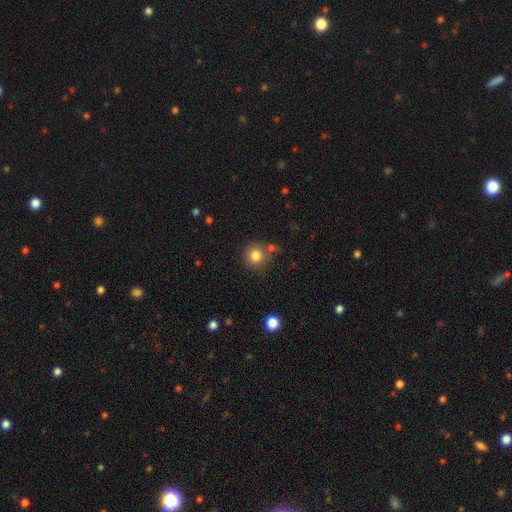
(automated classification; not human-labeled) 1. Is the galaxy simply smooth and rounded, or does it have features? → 82% smooth, 11% star or artifact, 7% featured or disk.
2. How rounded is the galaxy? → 93% round, 6% in between, 1% cigar-shaped.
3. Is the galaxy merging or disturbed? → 74% none, 12% merger, 11% minor disturbance, 4% major disturbance.